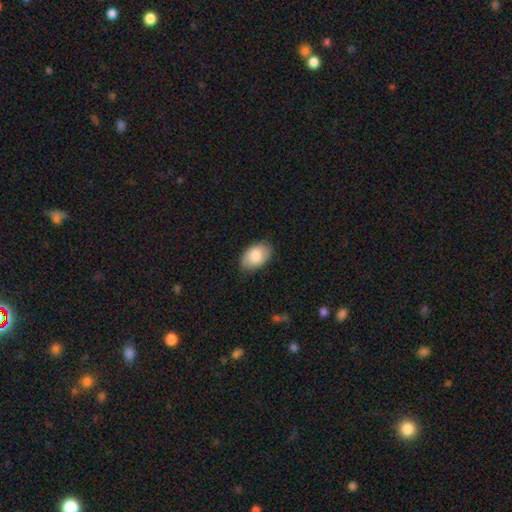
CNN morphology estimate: type=smooth (83%); roundness=in between (91%); merging=none (82%).